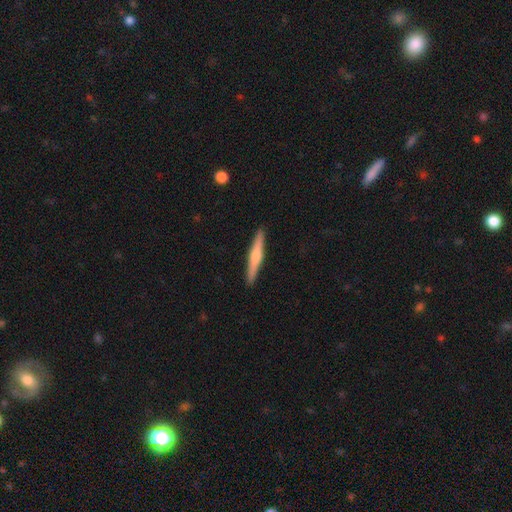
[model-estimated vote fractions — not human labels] The model was most divided on "smooth or featured": featured or disk: 51%, smooth: 44%, star or artifact: 5%. More confident: edge-on disk — yes (97%); merging — none (92%).